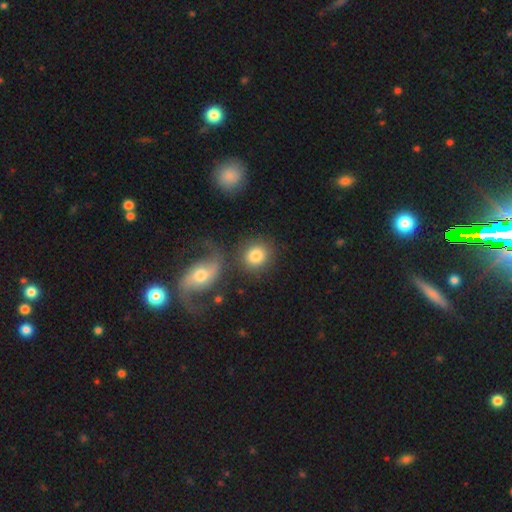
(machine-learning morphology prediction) type=smooth (79%); roundness=round (83%); merging=none (68%).